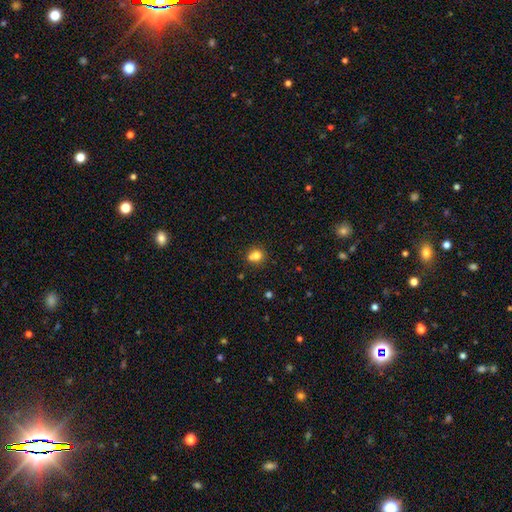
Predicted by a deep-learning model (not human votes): A smooth galaxy with no disk features (76%) that is round (79%).

Vote fractions:
- Smooth or featured? smooth: 76% / star or artifact: 12% / featured or disk: 11%
- How rounded? round: 79% / in between: 20% / cigar-shaped: 1%
- Merging? none: 51% / merger: 32% / minor disturbance: 13% / major disturbance: 4%